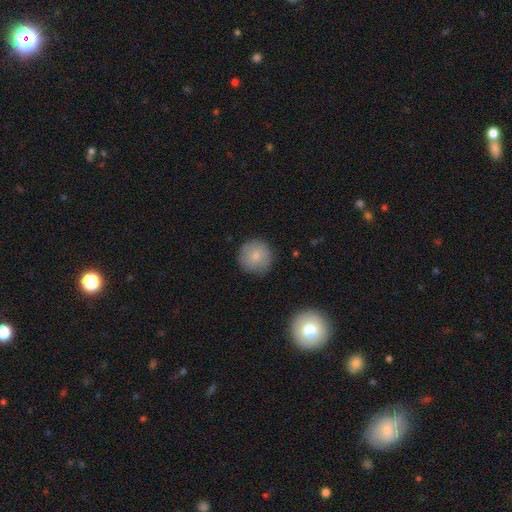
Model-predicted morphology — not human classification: Smooth or featured? smooth (79%)
How rounded? round (94%)
Merging? none (87%)